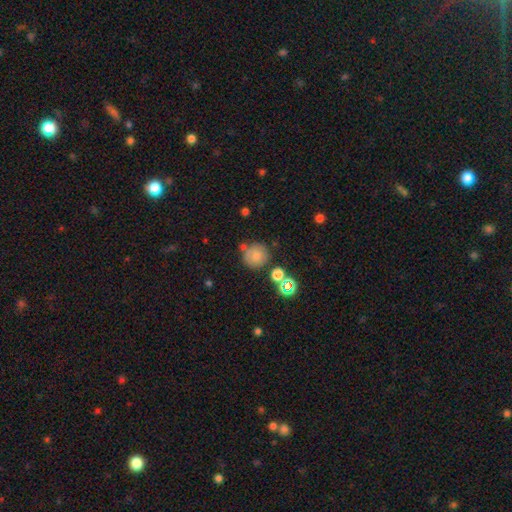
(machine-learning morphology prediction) smooth-or-featured: smooth: 75% | star or artifact: 14% | featured or disk: 11%
  how-rounded: round: 93% | in between: 6% | cigar-shaped: 1%
  merging: none: 71% | minor disturbance: 13% | merger: 11% | major disturbance: 4%